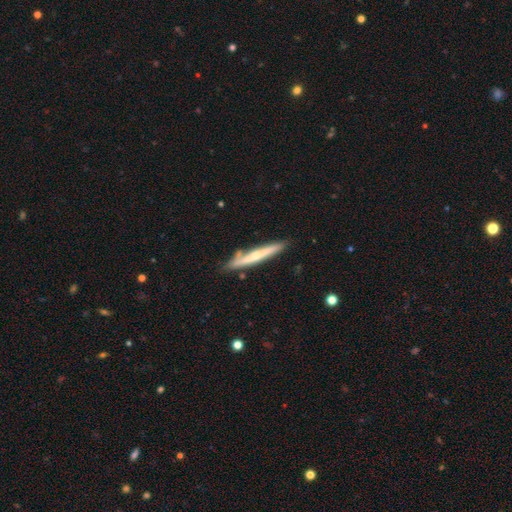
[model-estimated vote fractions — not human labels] This is possibly a featured or disk galaxy (54%). It is clearly viewed edge-on (92%). Merging: likely none (80%).